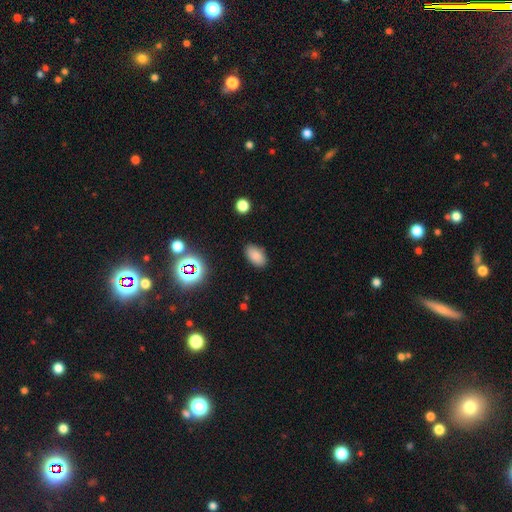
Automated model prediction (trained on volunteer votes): A smooth galaxy with no disk features (81%) that is in between round and cigar-shaped (92%).

Vote fractions:
- Smooth or featured? smooth: 81% / star or artifact: 13% / featured or disk: 7%
- How rounded? in between: 92% / round: 6% / cigar-shaped: 2%
- Merging? none: 85% / minor disturbance: 11% / major disturbance: 3% / merger: 1%